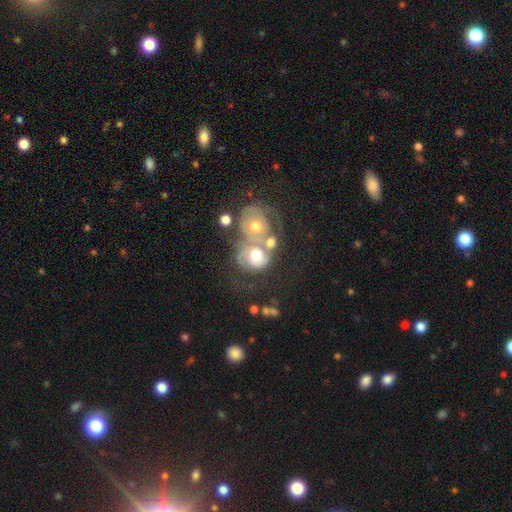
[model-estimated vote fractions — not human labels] featured or disk 63%, smooth 29%, star or artifact 8%. Down the decision tree: edge-on disk — no (97%); bar — no (80%); spiral arms — yes (71%); bulge size — moderate (61%); merging — merger (62%).